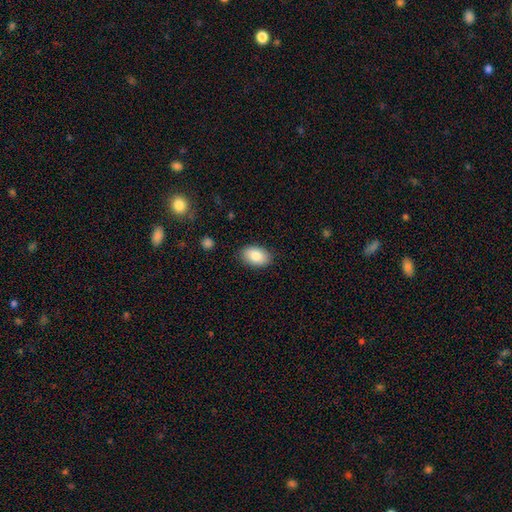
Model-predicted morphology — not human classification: A smooth galaxy with no disk features (84%) that is in between round and cigar-shaped (91%). Merging: none (86%).